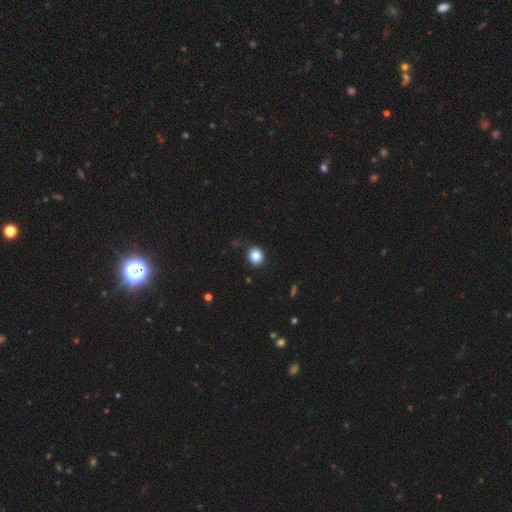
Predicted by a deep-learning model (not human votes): This is clearly a smooth galaxy (86%). How rounded: likely round (77%). Merging: clearly none (88%).